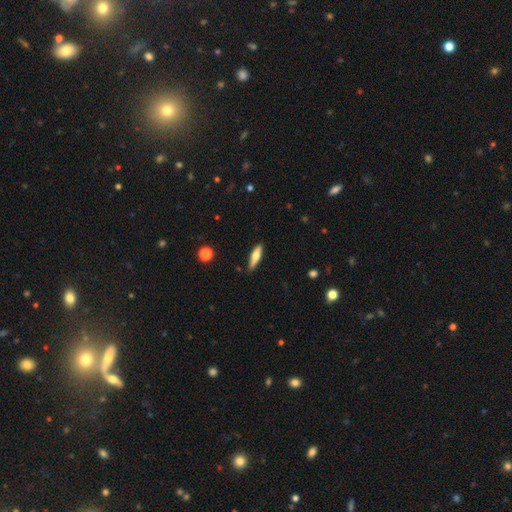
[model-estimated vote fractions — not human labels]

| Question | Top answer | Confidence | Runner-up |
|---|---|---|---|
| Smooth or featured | smooth | 56% | featured or disk (37%) |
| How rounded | cigar-shaped | 73% | in between (25%) |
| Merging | none | 87% | minor disturbance (10%) |